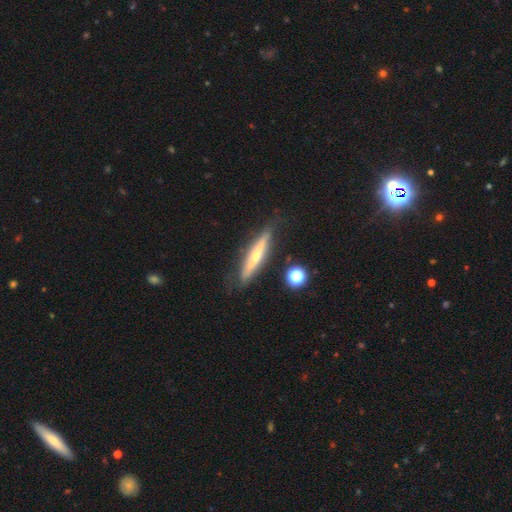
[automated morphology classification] Q: Smooth or featured?
A: featured or disk (62%); runner-up: smooth (32%)
Q: Edge-on disk?
A: yes (90%); runner-up: no (10%)
Q: Edge-on bulge?
A: rounded (78%); runner-up: none (18%)
Q: Merging?
A: none (81%); runner-up: minor disturbance (13%)